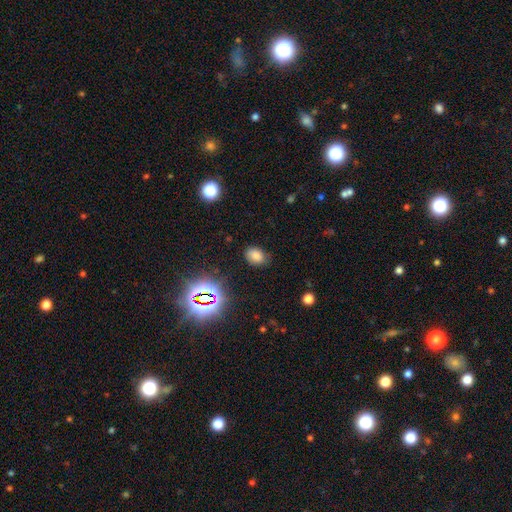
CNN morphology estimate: The model was most divided on "smooth or featured": smooth: 75%, star or artifact: 19%, featured or disk: 7%. More confident: merging — none (80%); how rounded — in between (78%).